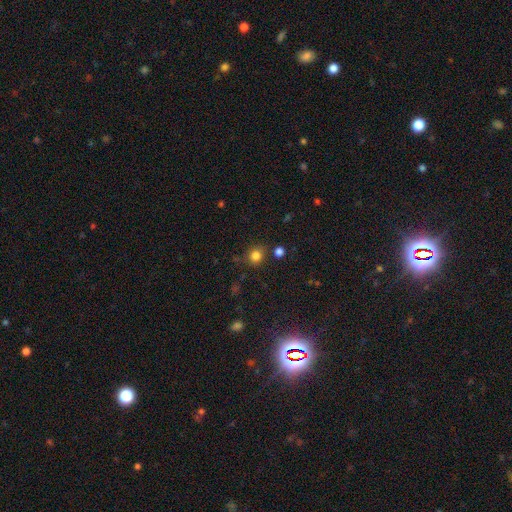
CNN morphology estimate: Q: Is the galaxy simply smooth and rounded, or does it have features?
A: smooth — 81%.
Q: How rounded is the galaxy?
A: round — 83%.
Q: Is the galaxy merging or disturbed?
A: none — 79%.